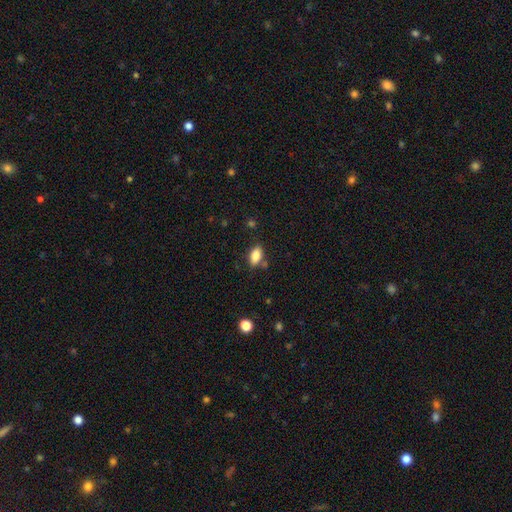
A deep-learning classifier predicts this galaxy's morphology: Smooth or featured? Predicted: smooth (p=0.85). How rounded? Predicted: in between (p=0.90). Merging? Predicted: none (p=0.77).